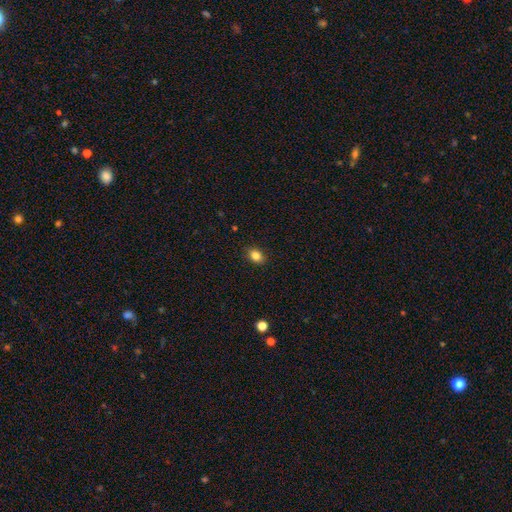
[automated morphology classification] Overall: smooth (84%). How rounded: in between (71%). Merging: none (88%).